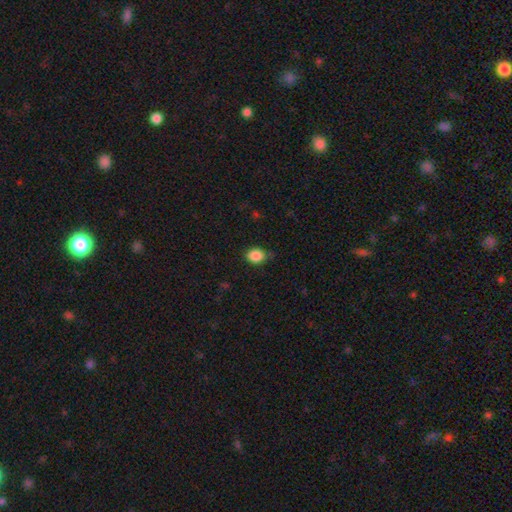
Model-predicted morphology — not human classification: Q: Smooth or featured?
A: smooth (87%); runner-up: star or artifact (9%)
Q: How rounded?
A: in between (50%); runner-up: round (49%)
Q: Merging?
A: none (76%); runner-up: minor disturbance (19%)